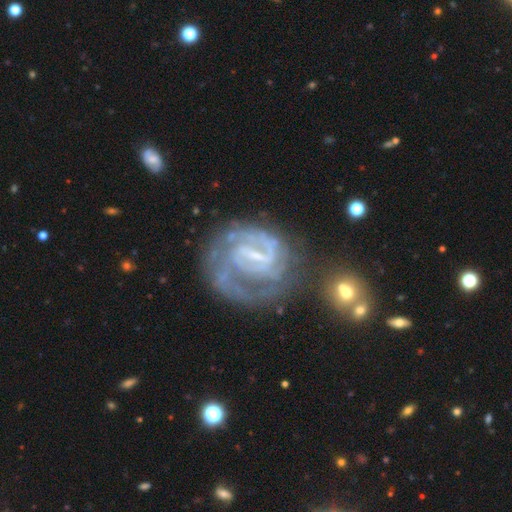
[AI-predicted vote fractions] smooth_or_featured: featured or disk (p=0.86) [alt: smooth p=0.07]
disk_edge_on: no (p=0.98) [alt: yes p=0.02]
bar: weak (p=0.46) [alt: strong p=0.40]
has_spiral_arms: yes (p=0.93) [alt: no p=0.07]
spiral_winding: tight (p=0.57) [alt: medium p=0.34]
spiral_arm_count: 2 (p=0.42) [alt: can't tell p=0.25]
bulge_size: small (p=0.55) [alt: none p=0.26]
merging: none (p=0.53) [alt: major disturbance p=0.20]